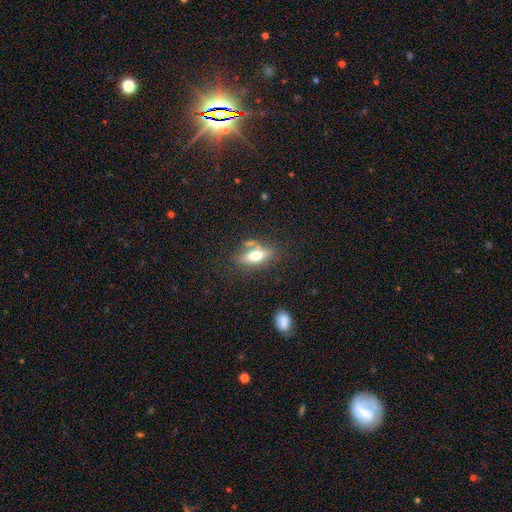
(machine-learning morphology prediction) This is likely a smooth galaxy (60%). How rounded: likely in between (67%). Merging: possibly none (59%).